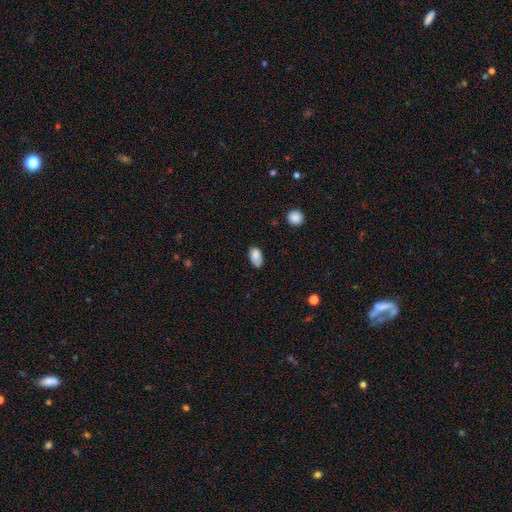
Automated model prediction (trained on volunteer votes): A smooth galaxy with no disk features (85%) that is in between round and cigar-shaped (92%). Merging: none (70%).